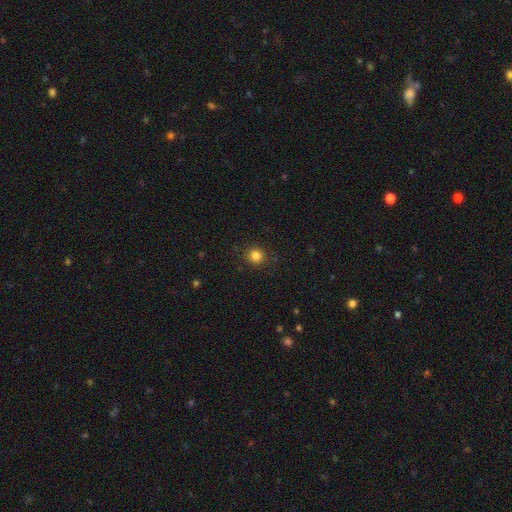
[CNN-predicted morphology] This is clearly a smooth galaxy (83%). How rounded: clearly round (90%). Merging: clearly none (90%).